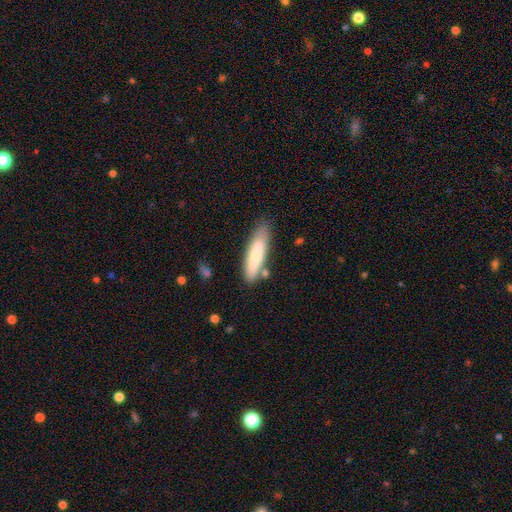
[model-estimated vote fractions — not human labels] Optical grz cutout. It shows a smooth galaxy with no disk features (77%) that is cigar-shaped (67%). Merging: none (76%).